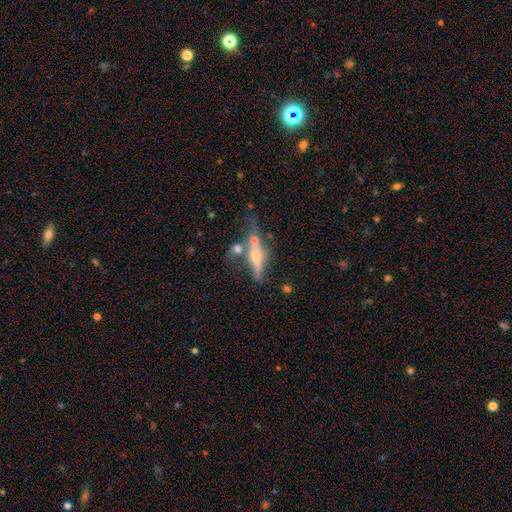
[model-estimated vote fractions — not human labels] A featured or disk galaxy (60%) viewed edge-on (85%) with a rounded central bulge (86%). Merging: none (47%).